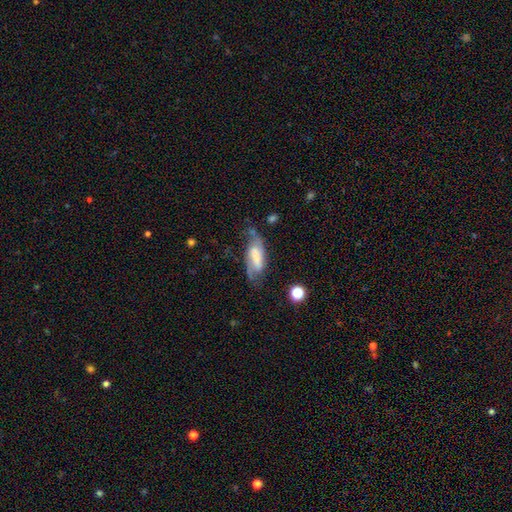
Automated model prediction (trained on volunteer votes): The model was most divided on "bar": weak: 38%, strong: 34%, no: 28%. Remaining: spiral arms — yes (87%); edge-on disk — no (86%); smooth or featured — featured or disk (65%); merging — none (56%); bulge size — none (34%).